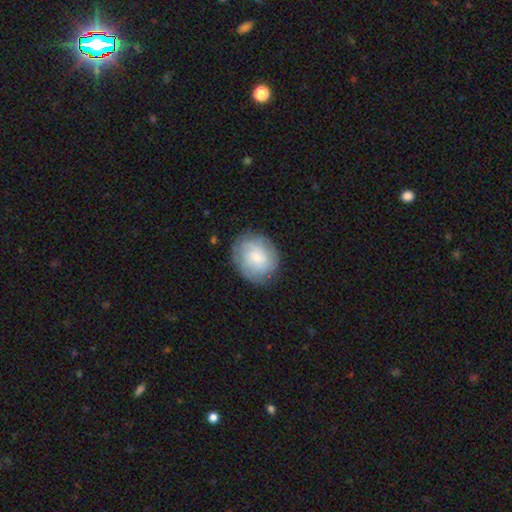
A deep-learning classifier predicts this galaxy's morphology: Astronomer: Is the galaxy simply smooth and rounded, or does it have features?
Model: smooth — 58% (runner-up: featured or disk, 35%).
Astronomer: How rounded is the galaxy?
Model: round — 65%.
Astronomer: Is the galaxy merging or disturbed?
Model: none — 78%.